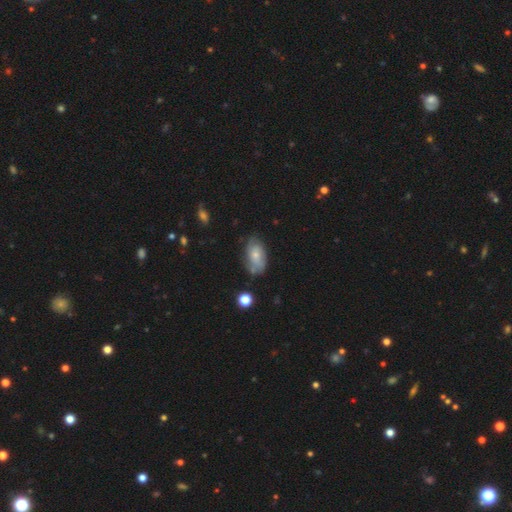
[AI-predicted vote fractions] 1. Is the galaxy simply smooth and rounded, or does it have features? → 54% smooth, 39% featured or disk, 7% star or artifact.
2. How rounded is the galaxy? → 91% in between, 6% round, 3% cigar-shaped.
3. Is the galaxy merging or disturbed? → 59% none, 28% minor disturbance, 8% major disturbance, 4% merger.